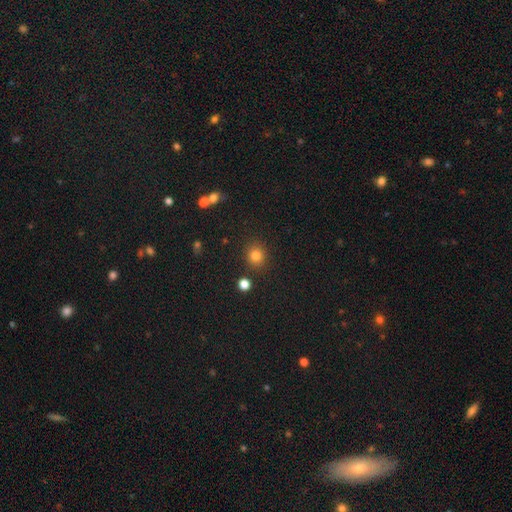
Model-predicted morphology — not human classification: Q: Smooth or featured?
A: smooth (82%); runner-up: star or artifact (13%)
Q: How rounded?
A: round (86%); runner-up: in between (13%)
Q: Merging?
A: none (87%); runner-up: minor disturbance (7%)